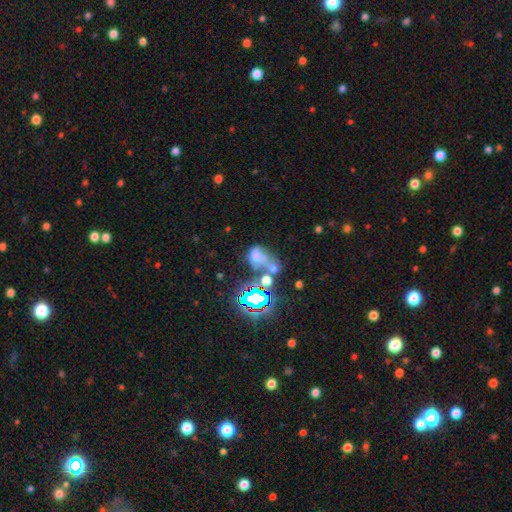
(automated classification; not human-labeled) A smooth galaxy with no disk features (46%). Merging: merger (50%).